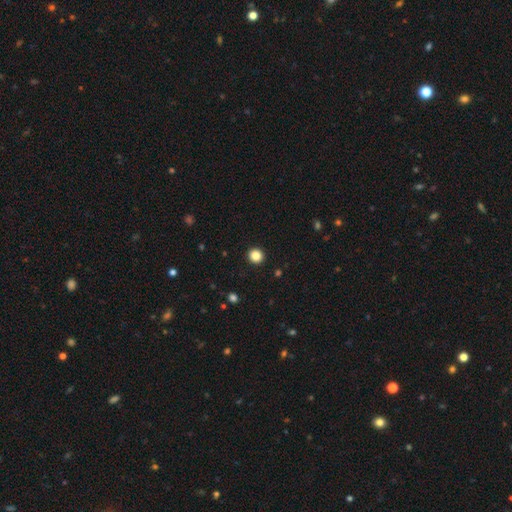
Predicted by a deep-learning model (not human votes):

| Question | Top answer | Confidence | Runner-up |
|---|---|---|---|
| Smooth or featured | smooth | 86% | star or artifact (11%) |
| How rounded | round | 94% | in between (5%) |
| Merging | none | 93% | minor disturbance (4%) |